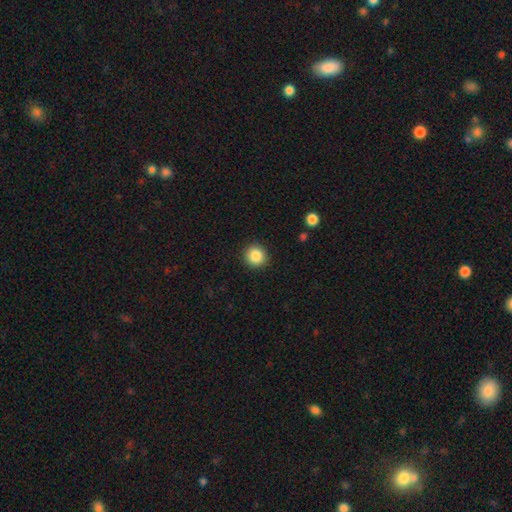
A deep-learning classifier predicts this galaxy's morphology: smooth 86%, star or artifact 10%, featured or disk 4%. Down the decision tree: how rounded — round (93%); merging — none (91%).